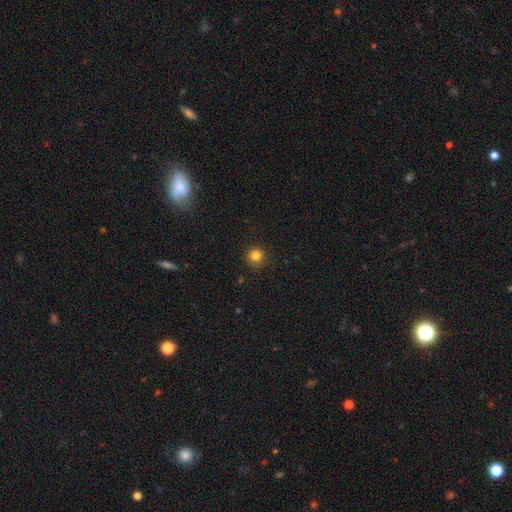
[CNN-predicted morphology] A smooth galaxy with no disk features (83%) that is round (94%).

Vote fractions:
- Smooth or featured? smooth: 83% / star or artifact: 13% / featured or disk: 4%
- How rounded? round: 94% / in between: 5% / cigar-shaped: 1%
- Merging? none: 90% / minor disturbance: 7% / major disturbance: 2% / merger: 1%